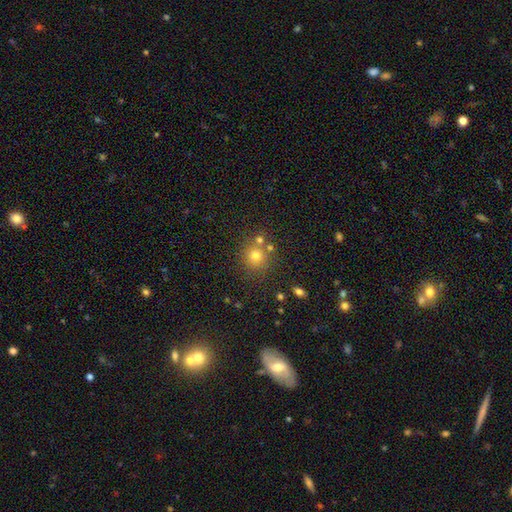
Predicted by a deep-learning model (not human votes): This appears to be a smooth galaxy with no disk features (72%) that is round (89%). Merging: none (70%).